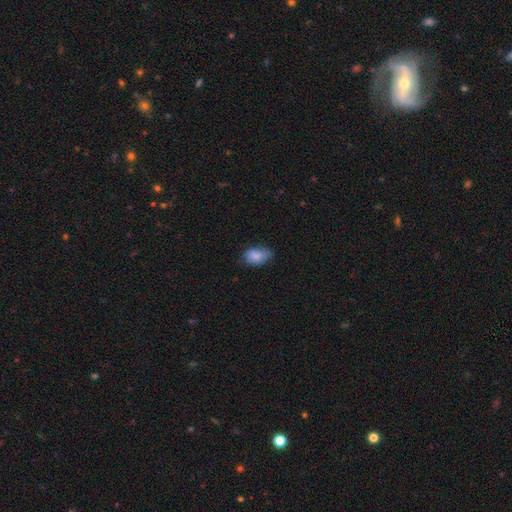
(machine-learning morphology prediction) Smooth or featured?
  - smooth: 84% *
  - star or artifact: 8%
  - featured or disk: 8%
How rounded?
  - in between: 87% *
  - round: 11%
  - cigar-shaped: 2%
Merging?
  - none: 53% *
  - minor disturbance: 37%
  - major disturbance: 8%
  - merger: 2%